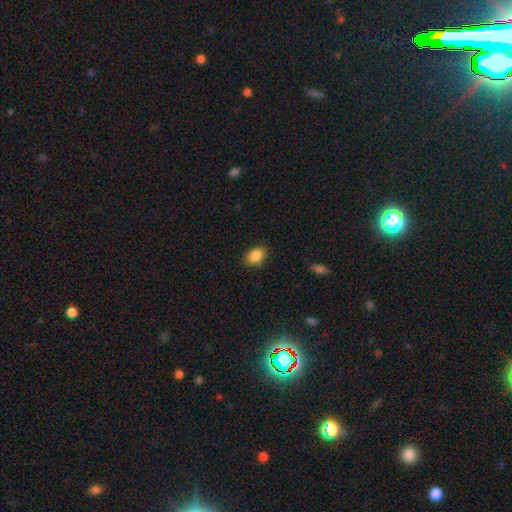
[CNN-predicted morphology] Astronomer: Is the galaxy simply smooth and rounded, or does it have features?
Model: smooth — 88%.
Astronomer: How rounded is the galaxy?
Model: in between — 82%.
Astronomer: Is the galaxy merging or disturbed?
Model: none — 87%.